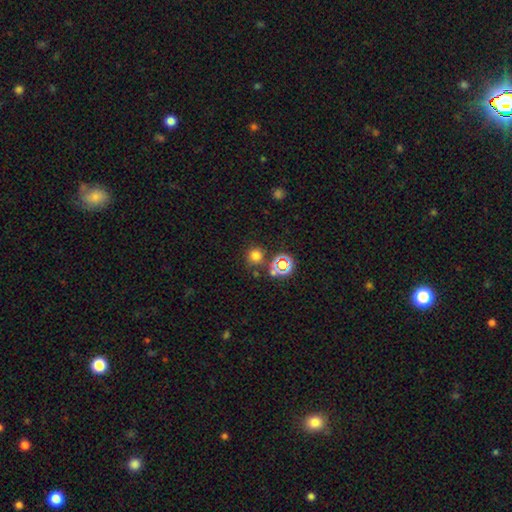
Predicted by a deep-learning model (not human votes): The model was most divided on "smooth or featured": smooth: 73%, star or artifact: 22%, featured or disk: 6%. More confident: how rounded — round (91%); merging — none (78%).